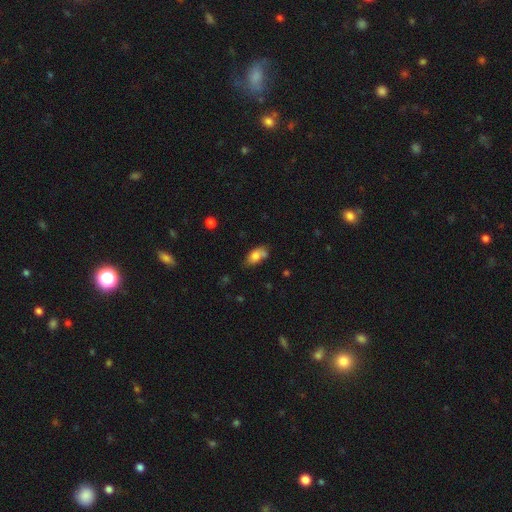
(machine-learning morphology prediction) Smooth or featured?
  - smooth: 76% *
  - featured or disk: 15%
  - star or artifact: 9%
How rounded?
  - in between: 87% *
  - round: 7%
  - cigar-shaped: 5%
Merging?
  - none: 49% *
  - minor disturbance: 27%
  - merger: 15%
  - major disturbance: 9%